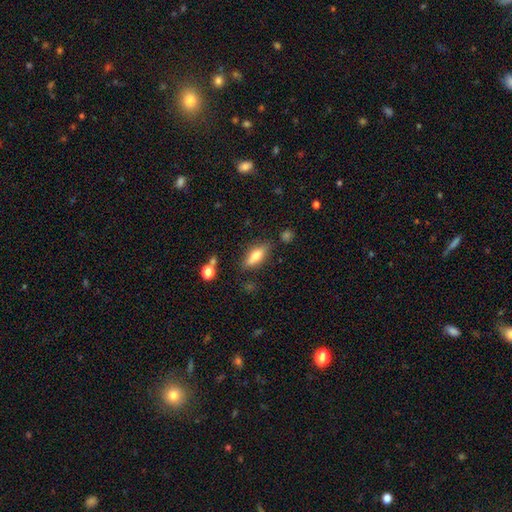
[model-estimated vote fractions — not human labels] This appears to be a smooth galaxy with no disk features (65%) that is in between round and cigar-shaped (64%). Merging: none (80%).